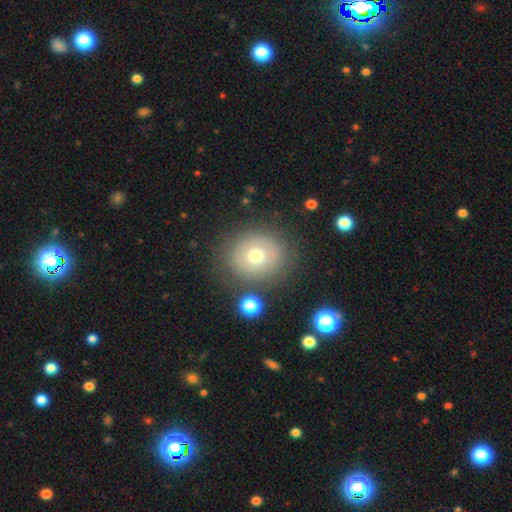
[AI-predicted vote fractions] smooth_or_featured: smooth (p=0.62) [alt: featured or disk p=0.26]
how_rounded: round (p=0.82) [alt: in between p=0.17]
merging: none (p=0.81) [alt: minor disturbance p=0.12]